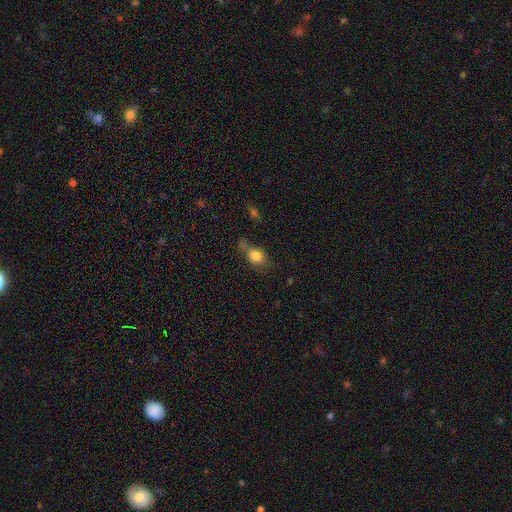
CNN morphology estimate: Smooth or featured?
  - smooth: 77% *
  - featured or disk: 12%
  - star or artifact: 10%
How rounded?
  - in between: 52% *
  - round: 44%
  - cigar-shaped: 4%
Merging?
  - none: 43% *
  - minor disturbance: 30%
  - major disturbance: 17%
  - merger: 10%